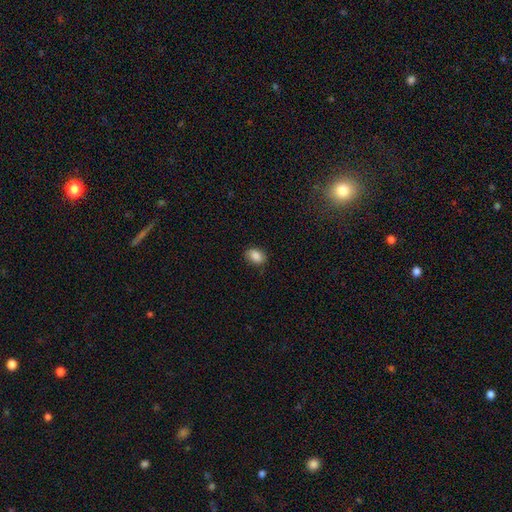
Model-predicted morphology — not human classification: Q: Smooth or featured?
A: smooth (86%); runner-up: star or artifact (8%)
Q: How rounded?
A: in between (76%); runner-up: round (23%)
Q: Merging?
A: none (82%); runner-up: minor disturbance (14%)